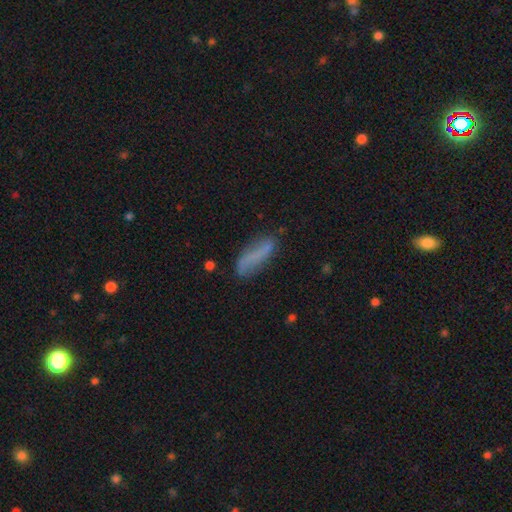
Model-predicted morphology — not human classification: A smooth galaxy with no disk features (55%) that is cigar-shaped (54%).

Vote fractions:
- Smooth or featured? smooth: 55% / featured or disk: 35% / star or artifact: 10%
- How rounded? cigar-shaped: 54% / in between: 43% / round: 3%
- Merging? none: 67% / minor disturbance: 22% / major disturbance: 8% / merger: 3%